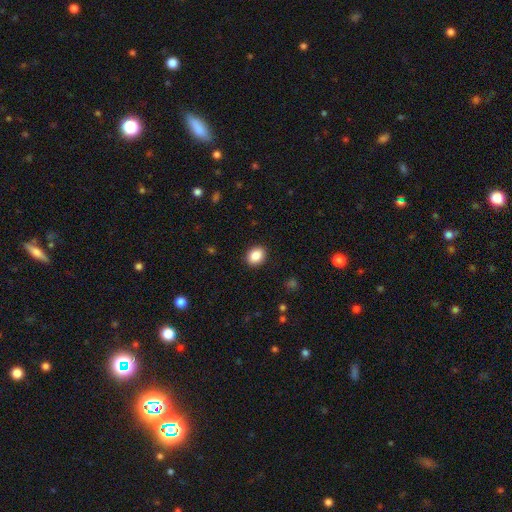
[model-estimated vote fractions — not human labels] A smooth galaxy with no disk features (88%) that is in between round and cigar-shaped (57%). Merging: none (90%).